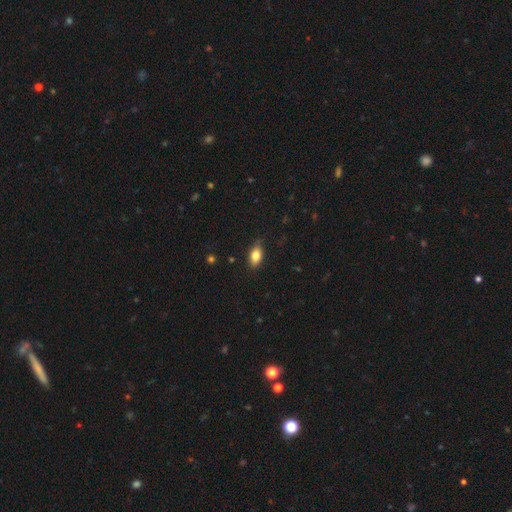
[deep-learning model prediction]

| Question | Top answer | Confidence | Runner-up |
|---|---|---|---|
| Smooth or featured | smooth | 82% | featured or disk (10%) |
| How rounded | in between | 89% | round (7%) |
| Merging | none | 81% | minor disturbance (15%) |